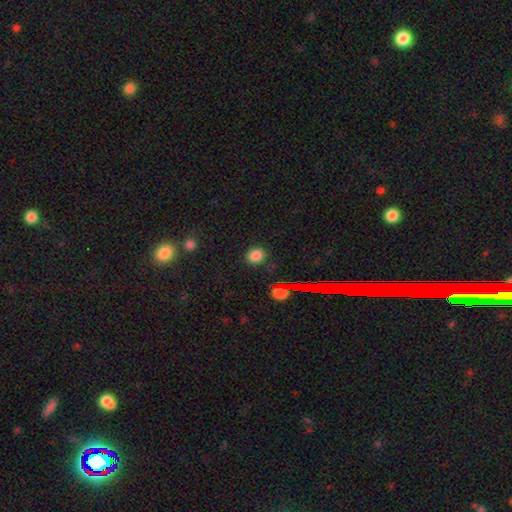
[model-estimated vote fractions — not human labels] smooth-or-featured: smooth: 79% | star or artifact: 16% | featured or disk: 5%
  how-rounded: round: 76% | in between: 23% | cigar-shaped: 1%
  merging: none: 87% | minor disturbance: 8% | major disturbance: 3% | merger: 2%